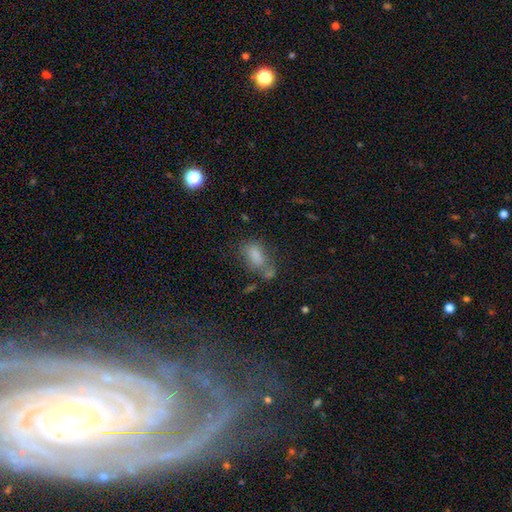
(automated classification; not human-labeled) Smooth or featured? Predicted: smooth (p=0.76). How rounded? Predicted: in between (p=0.86). Merging? Predicted: none (p=0.44).